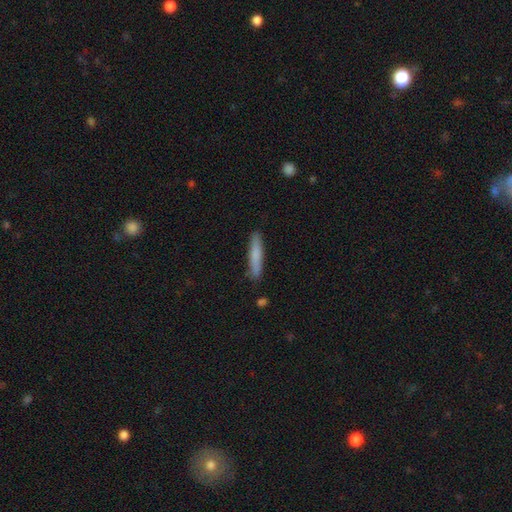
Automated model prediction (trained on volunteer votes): Overall: smooth (75%). How rounded: cigar-shaped (92%). Merging: none (88%).